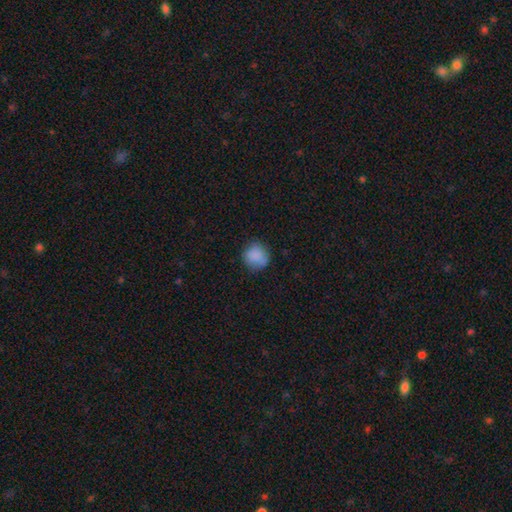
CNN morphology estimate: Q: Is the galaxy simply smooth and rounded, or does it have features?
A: smooth — 86%.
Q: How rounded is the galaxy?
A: round — 86%.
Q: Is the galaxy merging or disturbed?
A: none — 80%.